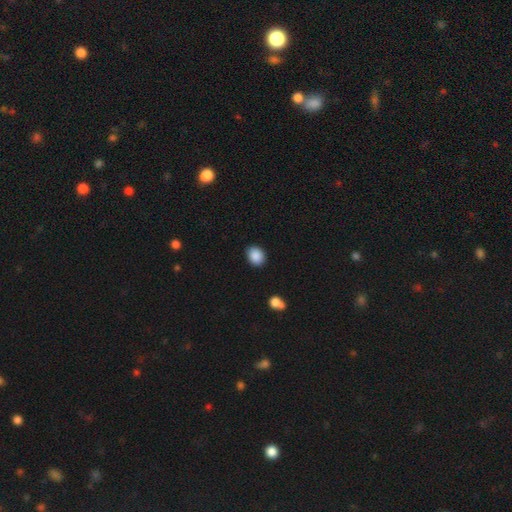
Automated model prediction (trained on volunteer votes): Morphology: type=smooth (89%); roundness=round (53%); merging=none (88%).